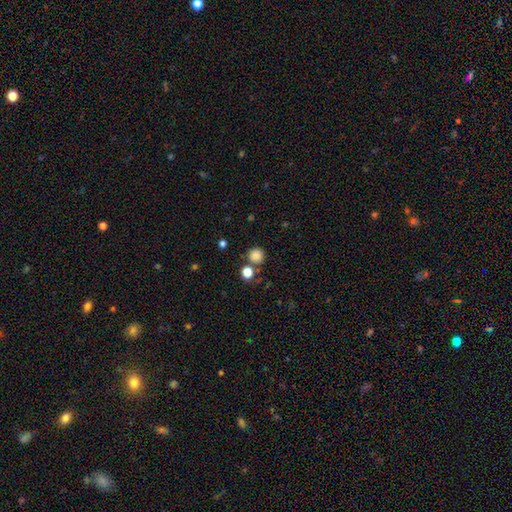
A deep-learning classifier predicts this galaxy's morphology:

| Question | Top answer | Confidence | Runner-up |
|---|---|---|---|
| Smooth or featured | smooth | 84% | star or artifact (12%) |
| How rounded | round | 93% | in between (6%) |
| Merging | none | 78% | merger (11%) |